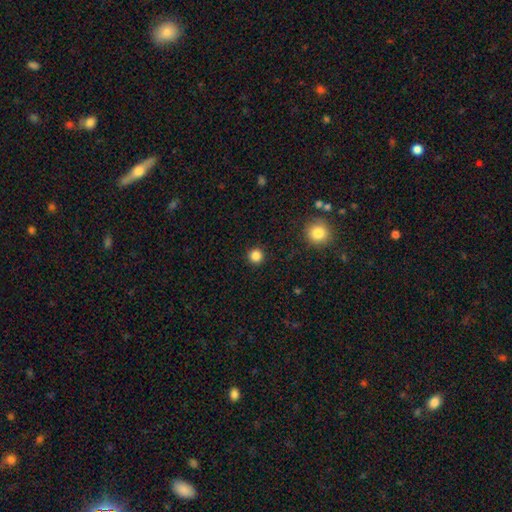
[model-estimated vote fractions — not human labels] smooth-or-featured: smooth: 85% | star or artifact: 12% | featured or disk: 3%
  how-rounded: round: 96% | in between: 3% | cigar-shaped: 1%
  merging: none: 92% | minor disturbance: 5% | major disturbance: 2% | merger: 1%